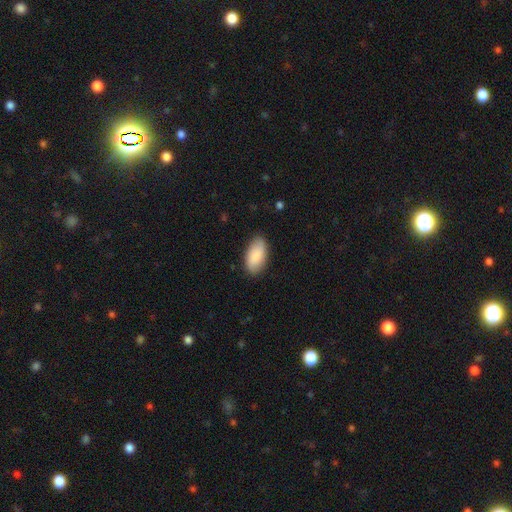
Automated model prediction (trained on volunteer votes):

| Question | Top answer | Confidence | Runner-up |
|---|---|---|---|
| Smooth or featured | smooth | 85% | featured or disk (9%) |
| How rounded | in between | 94% | cigar-shaped (4%) |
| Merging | none | 85% | minor disturbance (12%) |